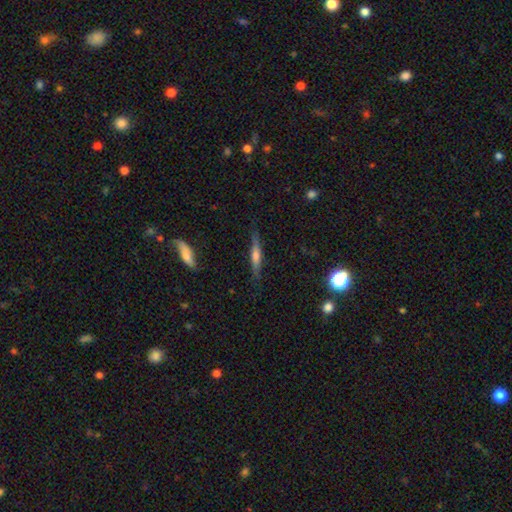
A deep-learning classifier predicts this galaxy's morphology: smooth-or-featured: featured or disk: 56% | smooth: 36% | star or artifact: 7%
  disk-edge-on: yes: 96% | no: 4%
    edge-on-bulge: rounded: 71% | boxy: 15% | none: 14%
  merging: none: 86% | minor disturbance: 10% | major disturbance: 2% | merger: 2%